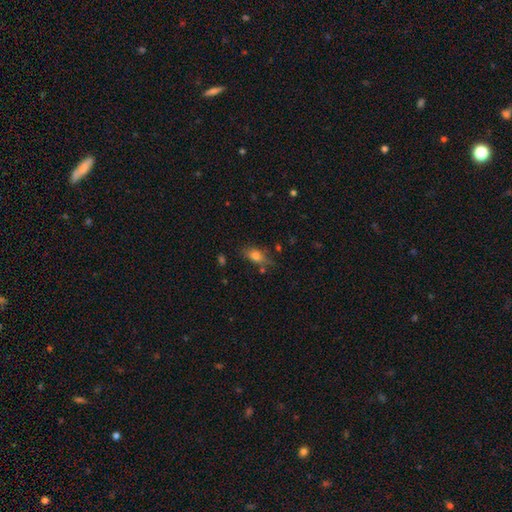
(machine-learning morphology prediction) smooth_or_featured: smooth (p=0.75) [alt: featured or disk p=0.14]
how_rounded: in between (p=0.80) [alt: round p=0.10]
merging: none (p=0.65) [alt: minor disturbance p=0.22]